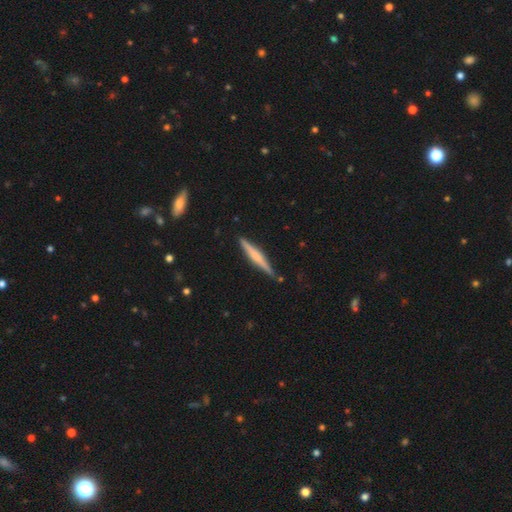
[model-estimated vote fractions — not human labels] This appears to be a featured or disk galaxy (57%) viewed edge-on (98%) with a rounded central bulge (49%). Merging: none (86%).